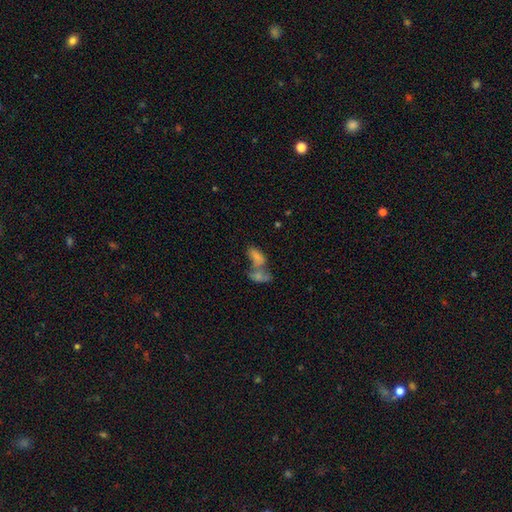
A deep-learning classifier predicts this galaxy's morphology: Q: Smooth or featured?
A: smooth (58%); runner-up: featured or disk (25%)
Q: How rounded?
A: in between (86%); runner-up: round (7%)
Q: Merging?
A: merger (63%); runner-up: none (22%)